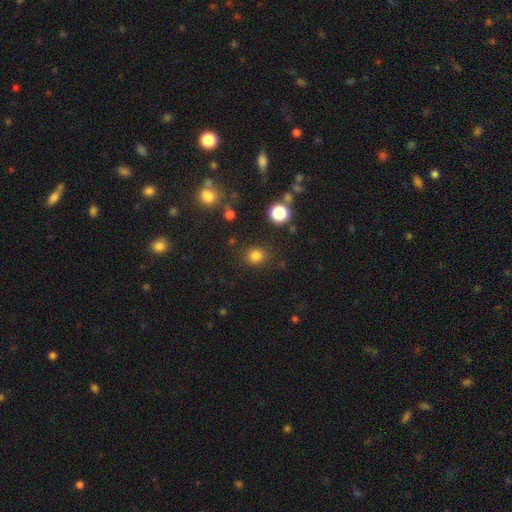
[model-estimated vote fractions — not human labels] Smooth or featured? Predicted: smooth (p=0.81). How rounded? Predicted: round (p=0.79). Merging? Predicted: none (p=0.86).